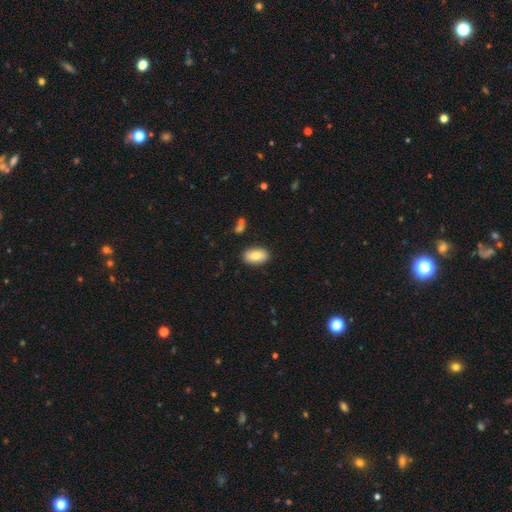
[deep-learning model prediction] smooth_or_featured: smooth (p=0.79) [alt: featured or disk p=0.14]
how_rounded: in between (p=0.92) [alt: round p=0.06]
merging: none (p=0.86) [alt: minor disturbance p=0.09]